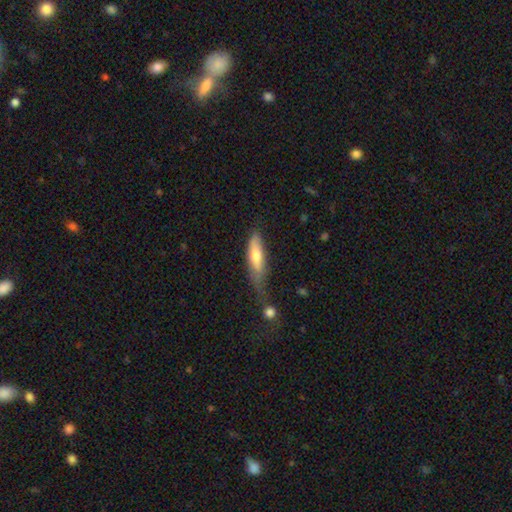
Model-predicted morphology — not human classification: Smooth or featured: smooth — 62% (featured or disk — 32%)
How rounded: cigar-shaped — 59% (in between — 39%)
Merging: none — 39% (minor disturbance — 32%)